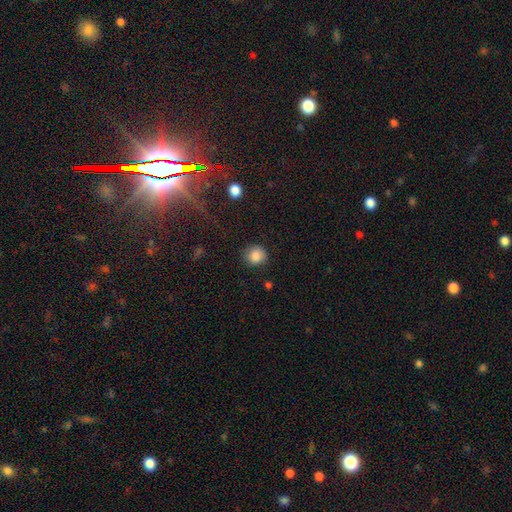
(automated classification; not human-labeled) This is clearly a smooth galaxy (85%). How rounded: clearly round (86%). Merging: clearly none (83%).